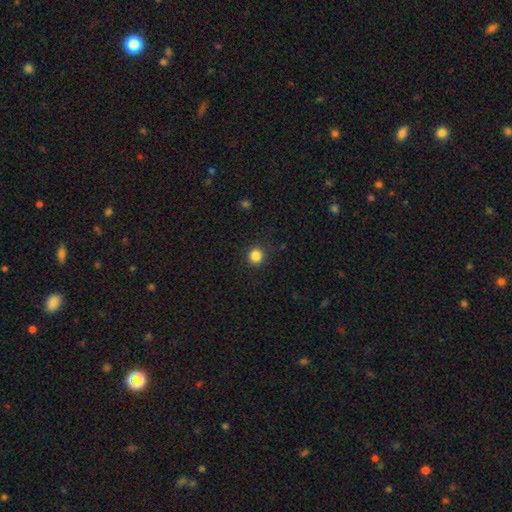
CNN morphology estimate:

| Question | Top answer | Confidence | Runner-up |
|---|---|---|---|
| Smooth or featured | smooth | 84% | star or artifact (12%) |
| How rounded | round | 92% | in between (7%) |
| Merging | none | 89% | minor disturbance (8%) |